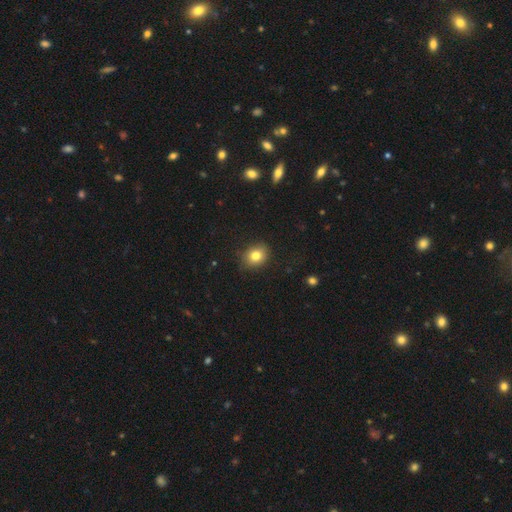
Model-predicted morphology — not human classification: This is likely a smooth galaxy (80%). How rounded: possibly round (58%). Merging: clearly none (85%).